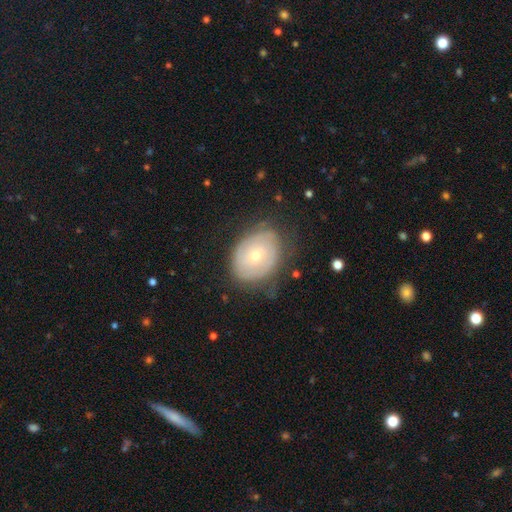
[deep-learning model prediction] Morphology: type=featured or disk (61%); edge-on=no (96%); bar=no (79%); spiral arms=yes (70%); bulge=small (55%); merging=none (69%).